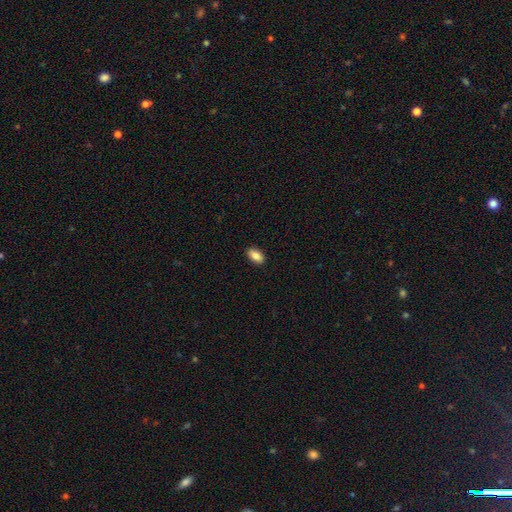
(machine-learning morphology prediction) type=smooth (86%); roundness=in between (91%); merging=none (90%).